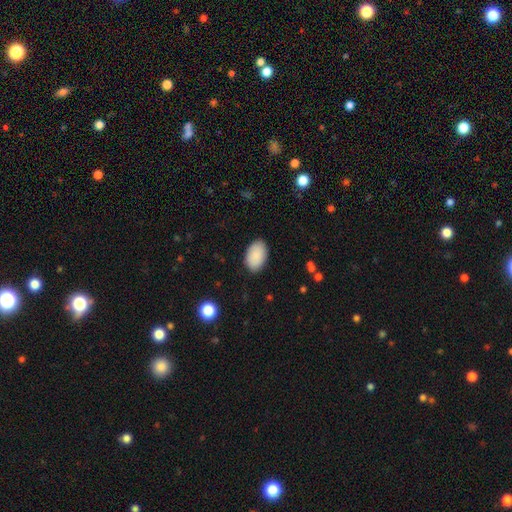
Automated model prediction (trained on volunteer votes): This is clearly a smooth galaxy (90%). How rounded: clearly in between (93%). Merging: clearly none (88%).